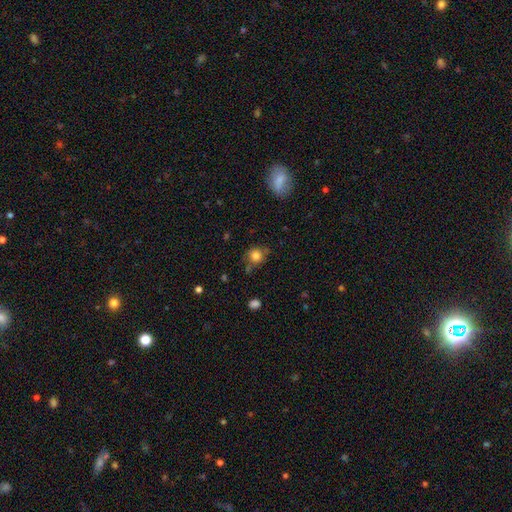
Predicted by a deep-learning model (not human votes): Smooth or featured?
  - smooth: 81% *
  - star or artifact: 11%
  - featured or disk: 8%
How rounded?
  - round: 82% *
  - in between: 17%
  - cigar-shaped: 1%
Merging?
  - none: 67% *
  - minor disturbance: 21%
  - merger: 6%
  - major disturbance: 6%